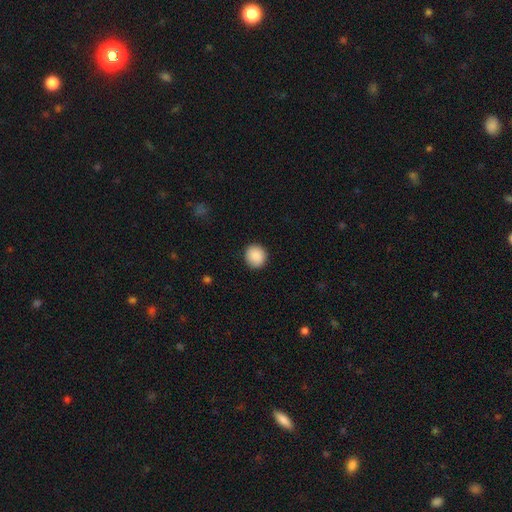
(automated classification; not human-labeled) smooth-or-featured: smooth: 90% | star or artifact: 7% | featured or disk: 3%
  how-rounded: round: 91% | in between: 8% | cigar-shaped: 1%
  merging: none: 91% | minor disturbance: 7% | major disturbance: 2% | merger: 1%